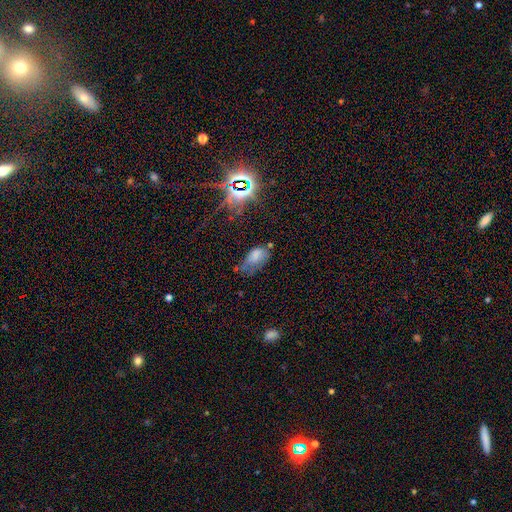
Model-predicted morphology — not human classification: The model was most divided on "merging": minor disturbance: 37%, none: 29%, major disturbance: 28%, merger: 6%. More confident: how rounded — in between (90%); smooth or featured — smooth (62%).